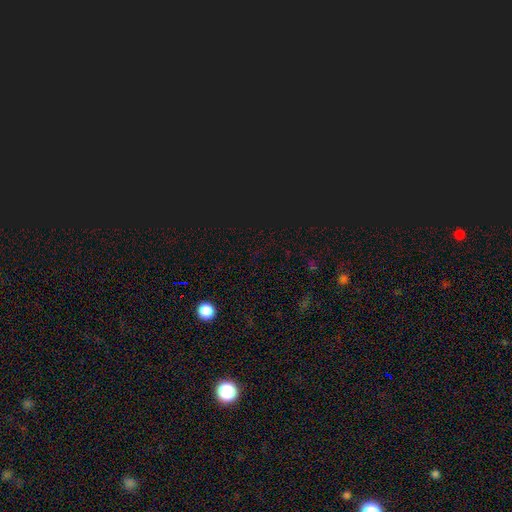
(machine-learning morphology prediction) Q: Smooth or featured?
A: star or artifact (75%); runner-up: smooth (19%)